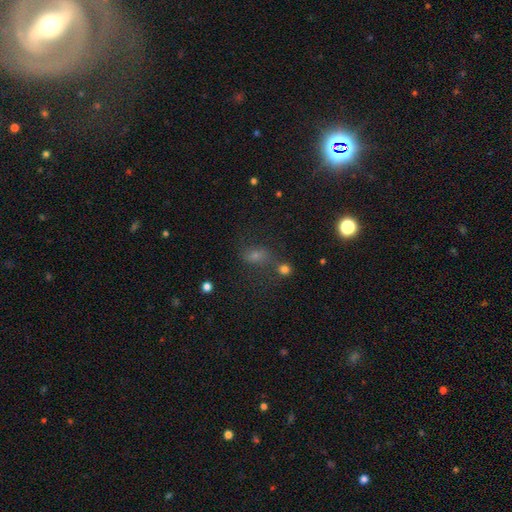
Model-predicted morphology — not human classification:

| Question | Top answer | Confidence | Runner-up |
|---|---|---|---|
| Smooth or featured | smooth | 41% | star or artifact (38%) |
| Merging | none | 57% | minor disturbance (17%) |